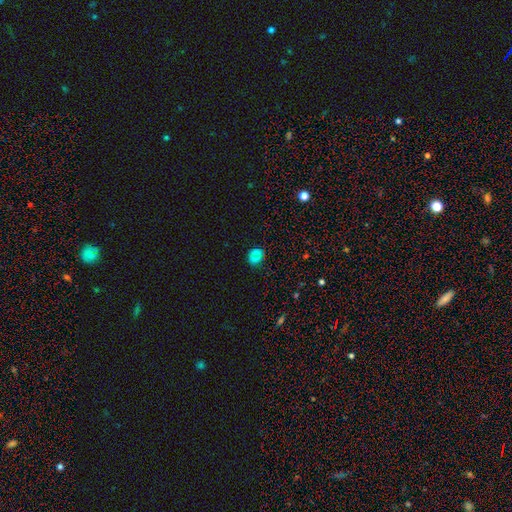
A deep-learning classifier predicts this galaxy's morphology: smooth_or_featured: smooth (p=0.79) [alt: star or artifact p=0.16]
how_rounded: round (p=0.68) [alt: in between p=0.31]
merging: none (p=0.77) [alt: minor disturbance p=0.17]